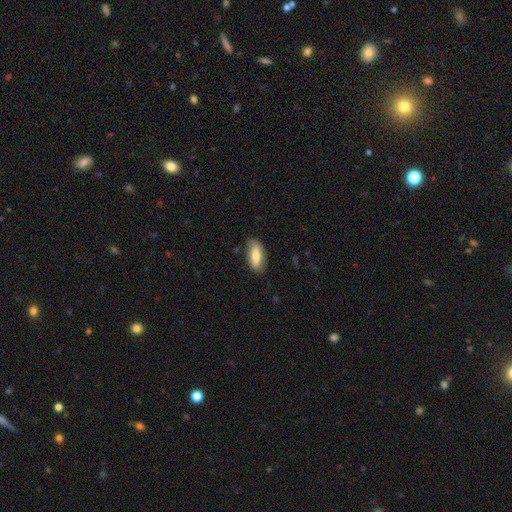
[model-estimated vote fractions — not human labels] This is likely a smooth galaxy (65%). How rounded: likely in between (79%). Merging: likely none (77%).